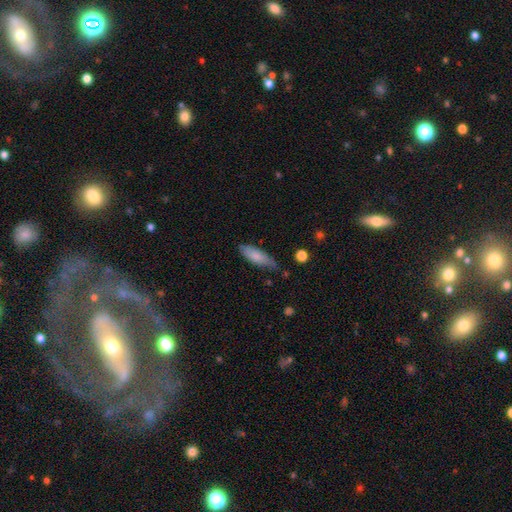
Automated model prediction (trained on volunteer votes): Q: Smooth or featured?
A: smooth (76%); runner-up: featured or disk (18%)
Q: How rounded?
A: in between (60%); runner-up: cigar-shaped (38%)
Q: Merging?
A: none (59%); runner-up: minor disturbance (32%)